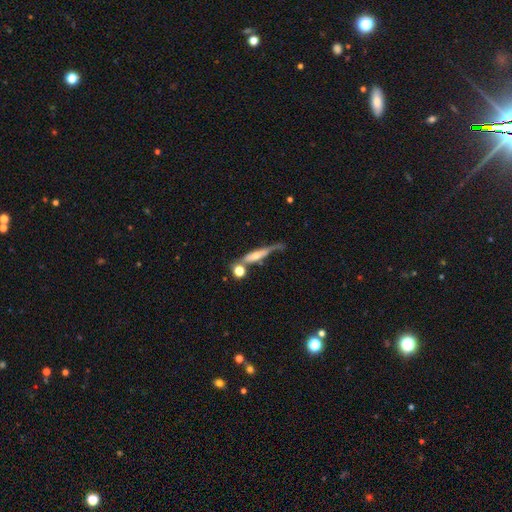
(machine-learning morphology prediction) This is possibly a featured or disk galaxy (47%). Merging: marginally none (39%).